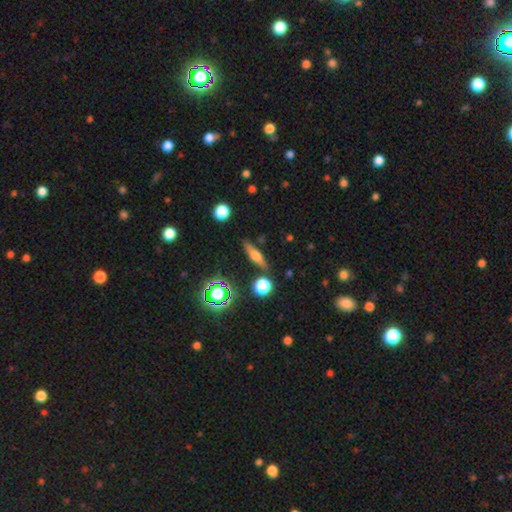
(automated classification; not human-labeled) featured or disk 48%, smooth 40%, star or artifact 12%. Down the decision tree: merging — none (82%).